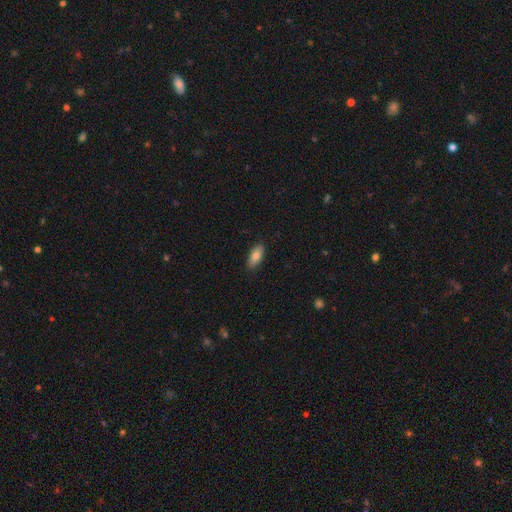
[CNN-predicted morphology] The model was most divided on "how rounded": in between: 84%, cigar-shaped: 13%, round: 2%. More confident: merging — none (87%); smooth or featured — smooth (83%).